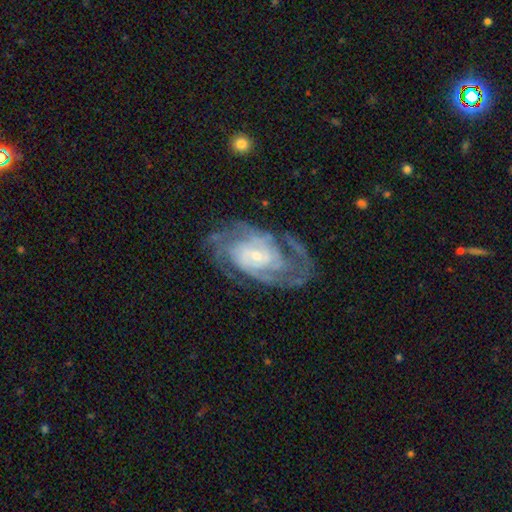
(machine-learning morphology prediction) Smooth or featured? featured or disk (88%)
Edge-on disk? no (96%)
Bar? no (55%)
Spiral arms? yes (96%)
Spiral winding? tight (58%)
Spiral arm count? can't tell (29%)
Bulge size? small (69%)
Merging? none (67%)